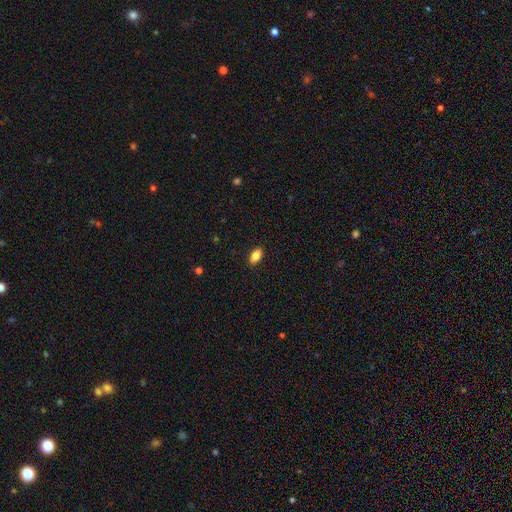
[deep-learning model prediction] Q: Smooth or featured?
A: smooth (84%); runner-up: star or artifact (8%)
Q: How rounded?
A: in between (90%); runner-up: round (6%)
Q: Merging?
A: none (89%); runner-up: minor disturbance (8%)